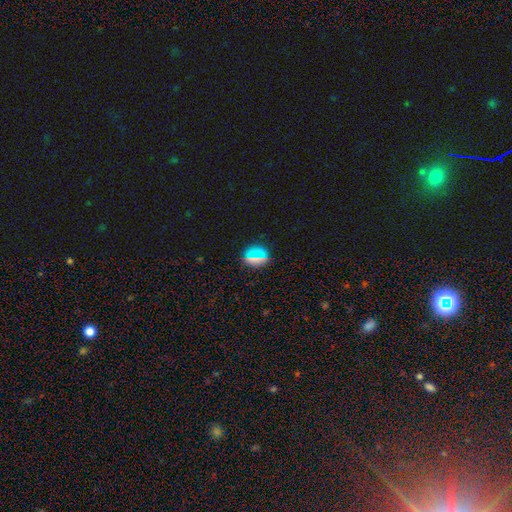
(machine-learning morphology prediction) type=smooth (70%); roundness=round (64%); merging=none (86%).